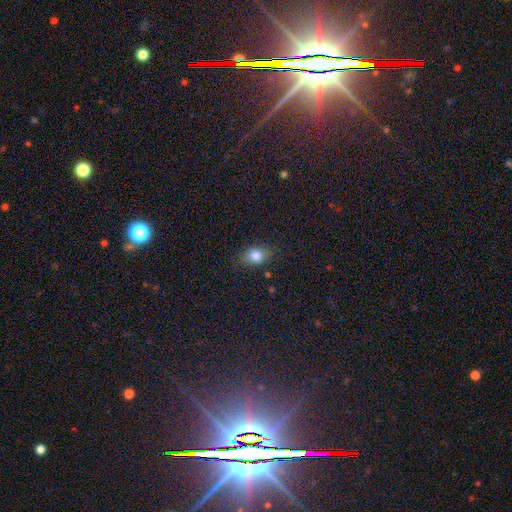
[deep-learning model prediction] This is clearly a smooth galaxy (82%). How rounded: likely in between (74%). Merging: clearly none (82%).